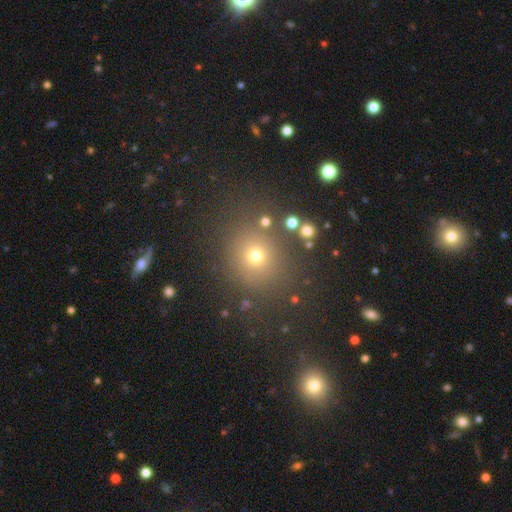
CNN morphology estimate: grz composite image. It shows a smooth galaxy with no disk features (70%) that is round (85%). Merging: none (82%).